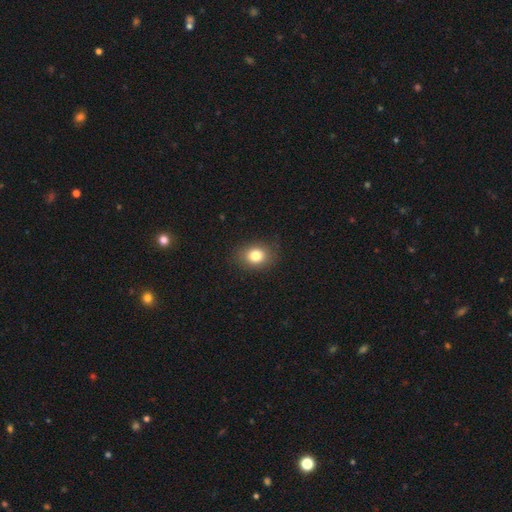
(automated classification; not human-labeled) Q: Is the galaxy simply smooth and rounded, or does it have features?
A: smooth — 81%.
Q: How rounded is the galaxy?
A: round — 51%.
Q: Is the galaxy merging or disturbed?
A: none — 85%.